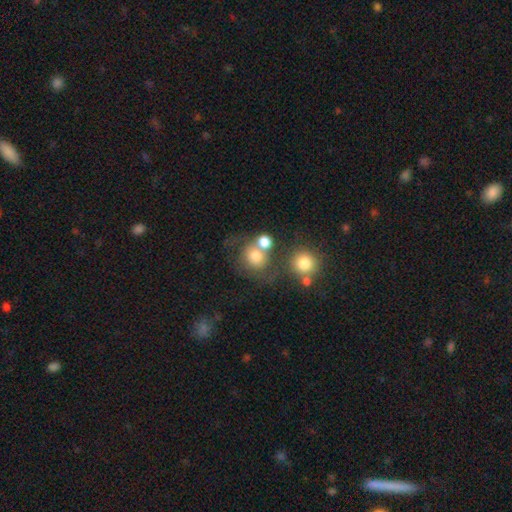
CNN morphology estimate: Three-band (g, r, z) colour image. It shows a smooth galaxy with no disk features (72%) that is round (81%). Merging: none (41%).